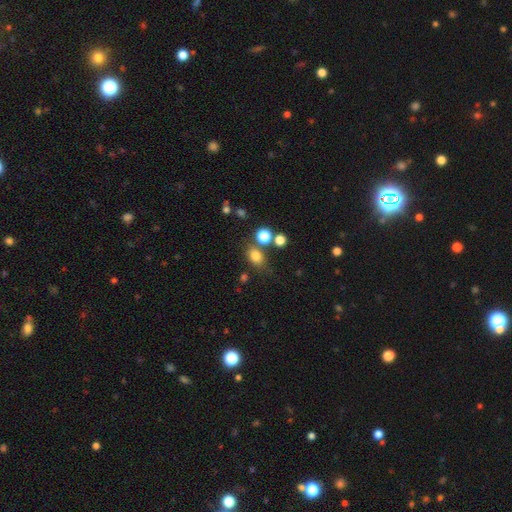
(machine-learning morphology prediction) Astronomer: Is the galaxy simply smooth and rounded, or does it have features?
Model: smooth — 78%.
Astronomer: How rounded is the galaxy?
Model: in between — 55% (runner-up: round, 44%).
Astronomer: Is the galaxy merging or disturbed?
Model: none — 67%.